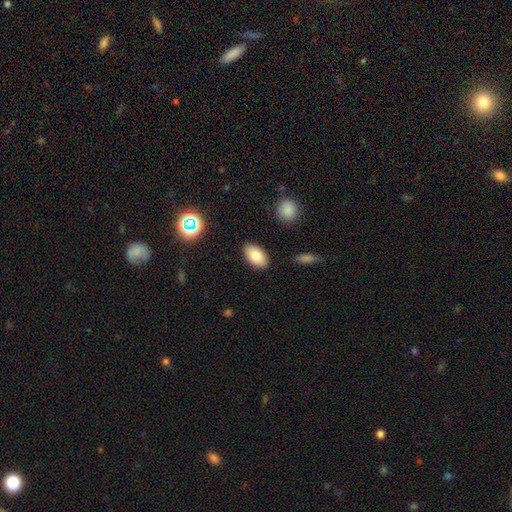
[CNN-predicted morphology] Smooth or featured? smooth (84%)
How rounded? in between (94%)
Merging? none (87%)